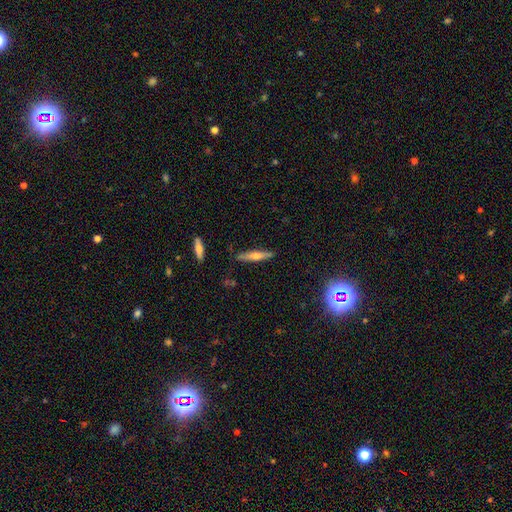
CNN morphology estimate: This is possibly a featured or disk galaxy (52%). It is clearly viewed edge-on (95%). Merging: clearly none (87%).